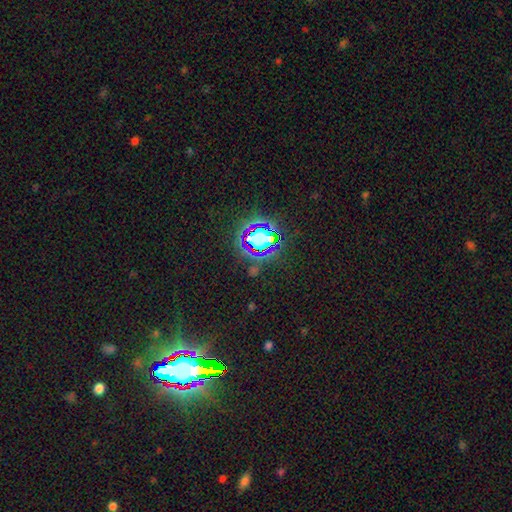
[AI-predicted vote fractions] This appears to be a star or artifact, not a galaxy (83%).